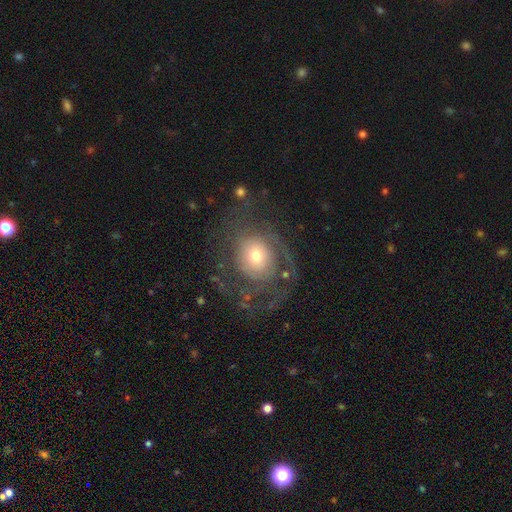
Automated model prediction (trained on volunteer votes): featured or disk 71%, smooth 21%, star or artifact 8%. Down the decision tree: edge-on disk — no (97%); bar — no (77%); spiral arms — yes (84%); spiral arm count — can't tell (34%); spiral winding — tight (46%); bulge size — moderate (44%); merging — none (58%).